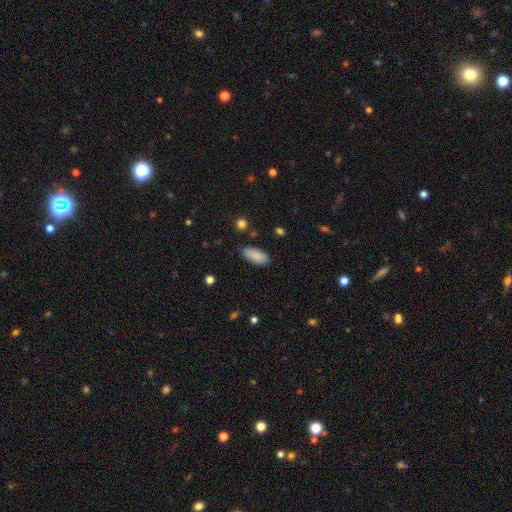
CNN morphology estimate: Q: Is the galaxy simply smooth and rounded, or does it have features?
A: smooth — 87%.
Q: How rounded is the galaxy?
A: in between — 89%.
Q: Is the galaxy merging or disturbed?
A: none — 83%.